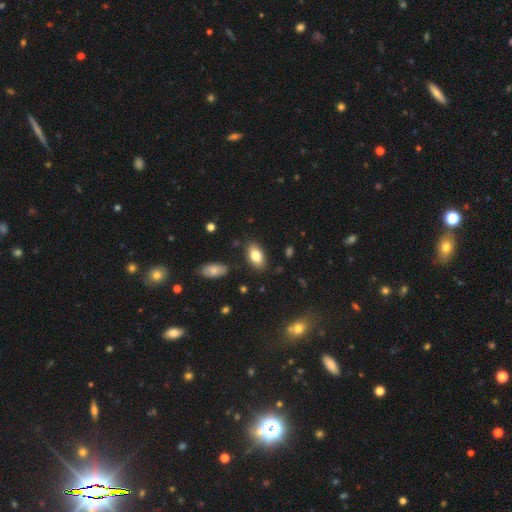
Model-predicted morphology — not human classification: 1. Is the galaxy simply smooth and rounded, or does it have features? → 81% smooth, 12% featured or disk, 7% star or artifact.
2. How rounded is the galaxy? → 92% in between, 5% round, 3% cigar-shaped.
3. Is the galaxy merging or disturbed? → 84% none, 11% minor disturbance, 3% major disturbance, 2% merger.